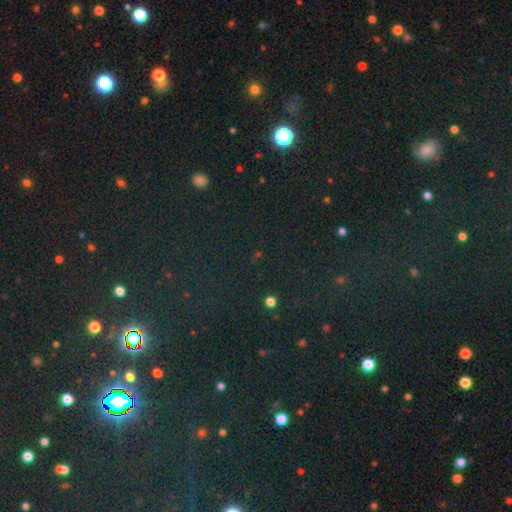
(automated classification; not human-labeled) Smooth or featured? star or artifact (74%)